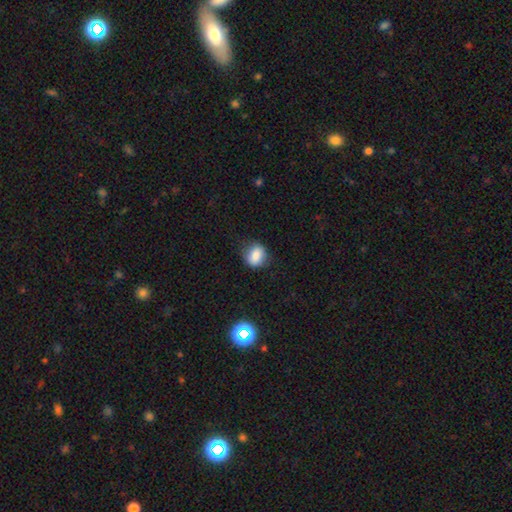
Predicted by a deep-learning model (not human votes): This appears to be a smooth galaxy with no disk features (83%) that is round (53%). Merging: none (70%).